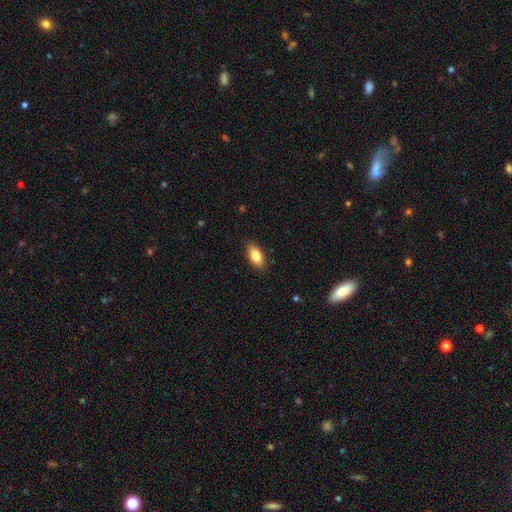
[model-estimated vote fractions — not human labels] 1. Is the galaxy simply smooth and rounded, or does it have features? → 83% smooth, 10% featured or disk, 7% star or artifact.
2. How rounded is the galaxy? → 89% in between, 8% cigar-shaped, 4% round.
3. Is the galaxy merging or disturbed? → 88% none, 9% minor disturbance, 2% major disturbance, 1% merger.